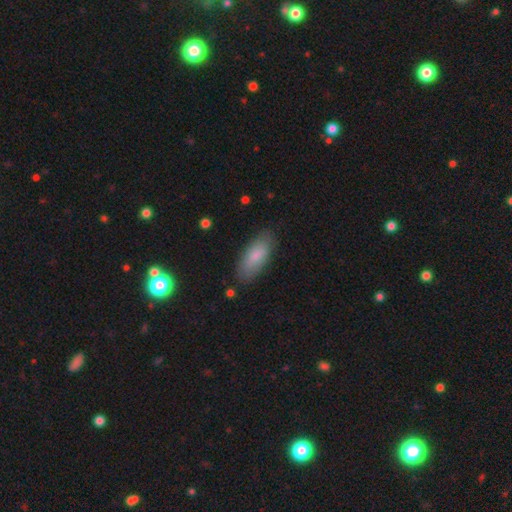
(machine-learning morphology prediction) smooth_or_featured: smooth (p=0.79) [alt: featured or disk p=0.15]
how_rounded: in between (p=0.80) [alt: cigar-shaped p=0.18]
merging: none (p=0.83) [alt: minor disturbance p=0.13]